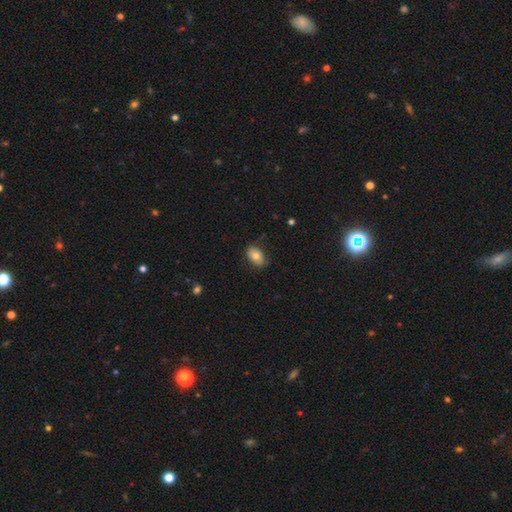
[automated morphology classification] Overall: smooth (76%). How rounded: in between (88%). Merging: none (76%).